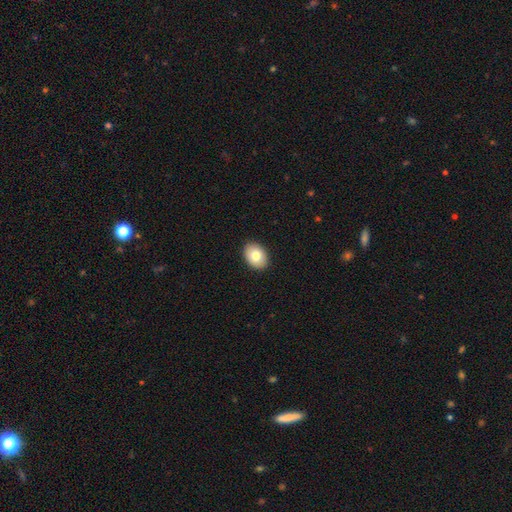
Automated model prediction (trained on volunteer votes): smooth 79%, featured or disk 14%, star or artifact 8%. Down the decision tree: how rounded — in between (76%); merging — none (91%).